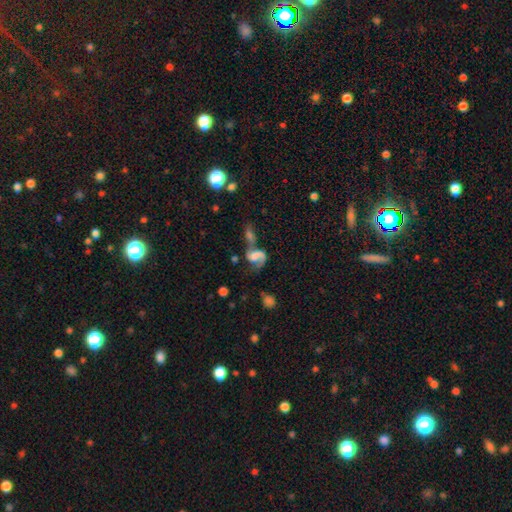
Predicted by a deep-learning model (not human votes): A featured or disk galaxy (70%) with no bar (51%), 2 (65%) loose (50%) spiral arms (89%) and no central bulge (35%).

Vote fractions:
- Smooth or featured? featured or disk: 70% / smooth: 20% / star or artifact: 10%
- Edge-on disk? no: 97% / yes: 3%
- Bar? no: 51% / weak: 36% / strong: 13%
- Spiral arms? yes: 89% / no: 11%
- Spiral winding? loose: 50% / medium: 38% / tight: 12%
- Spiral arm count? 2: 65% / 1: 29% / can't tell: 4% / 3: 1% / 4: 1% / more than 4: 1%
- Bulge size? none: 35% / moderate: 24% / large: 20% / small: 18% / dominant: 4%
- Merging? merger: 43% / none: 26% / major disturbance: 20% / minor disturbance: 11%